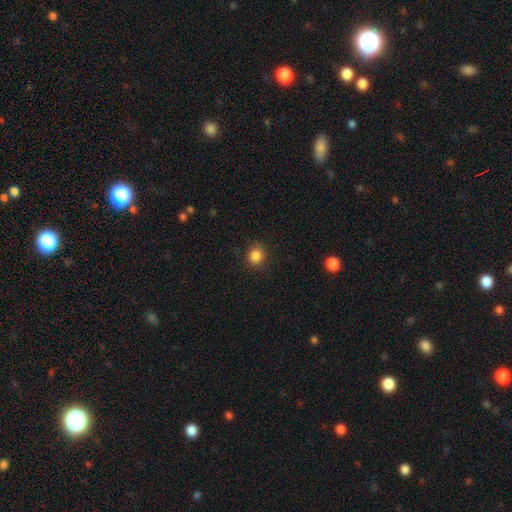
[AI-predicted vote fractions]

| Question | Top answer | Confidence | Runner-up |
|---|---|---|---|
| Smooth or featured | smooth | 85% | star or artifact (11%) |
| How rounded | round | 77% | in between (22%) |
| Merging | none | 87% | minor disturbance (9%) |